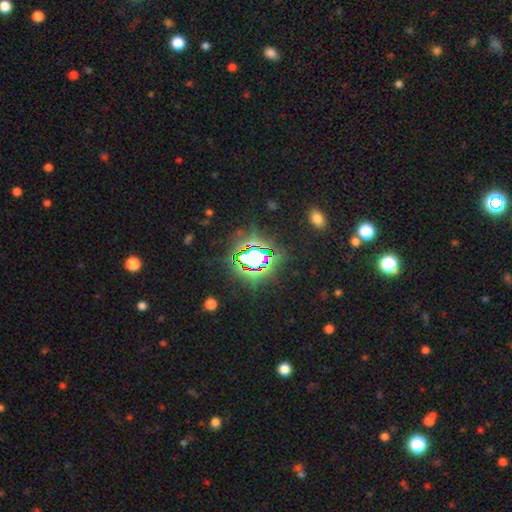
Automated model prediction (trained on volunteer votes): Q: Smooth or featured?
A: star or artifact (83%); runner-up: smooth (10%)